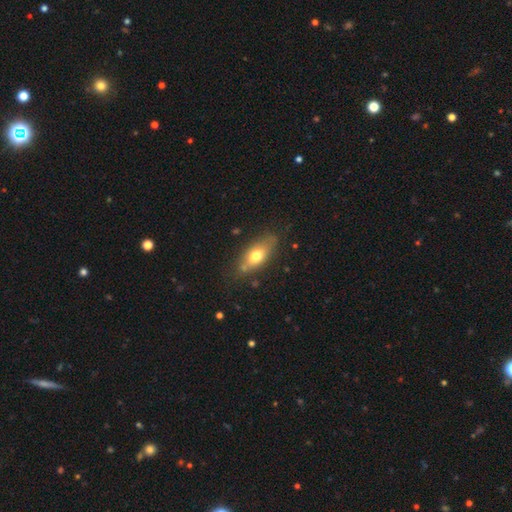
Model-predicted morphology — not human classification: A smooth galaxy with no disk features (65%) that is in between round and cigar-shaped (79%).

Vote fractions:
- Smooth or featured? smooth: 65% / featured or disk: 27% / star or artifact: 8%
- How rounded? in between: 79% / cigar-shaped: 15% / round: 6%
- Merging? none: 73% / minor disturbance: 18% / major disturbance: 5% / merger: 4%